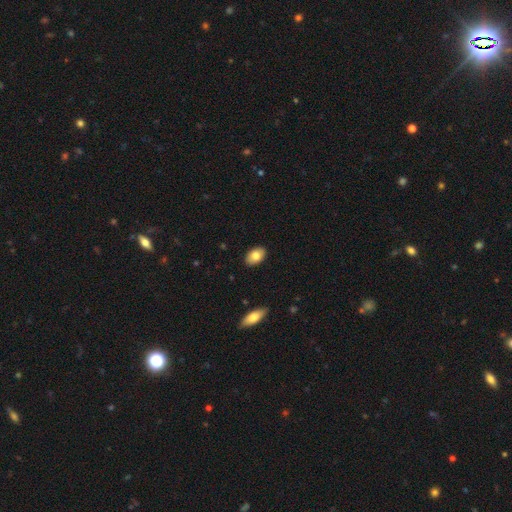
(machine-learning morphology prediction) smooth-or-featured: smooth: 80% | featured or disk: 13% | star or artifact: 7%
  how-rounded: in between: 90% | round: 9% | cigar-shaped: 1%
  merging: none: 89% | minor disturbance: 8% | major disturbance: 2% | merger: 1%